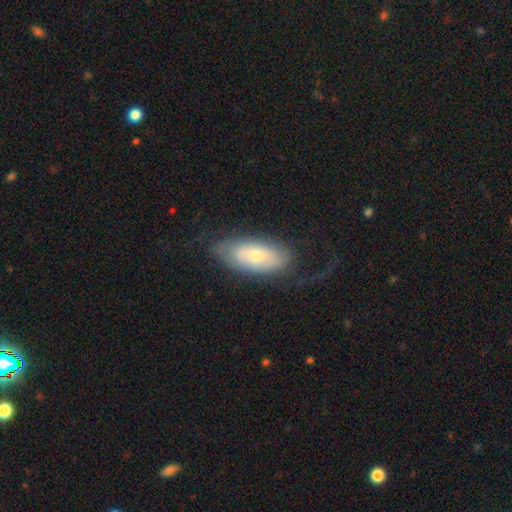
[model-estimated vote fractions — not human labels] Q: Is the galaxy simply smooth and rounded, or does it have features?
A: smooth — 49%.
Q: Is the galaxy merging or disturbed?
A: none — 61%.